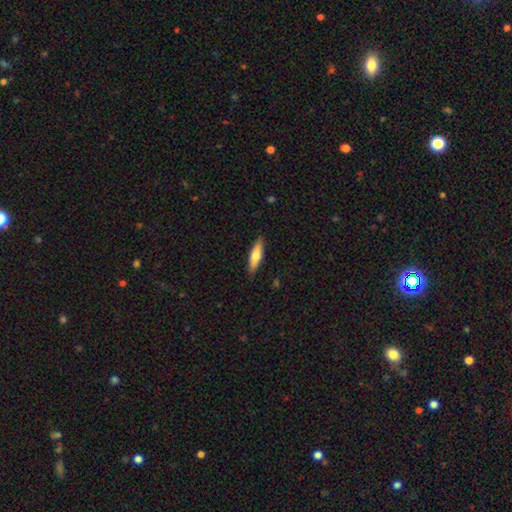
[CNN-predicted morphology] Smooth or featured? smooth (62%)
How rounded? cigar-shaped (61%)
Merging? none (88%)